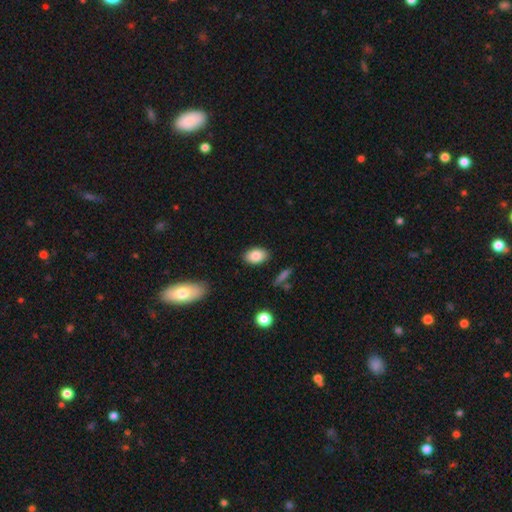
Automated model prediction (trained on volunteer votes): smooth-or-featured: smooth: 85% | star or artifact: 8% | featured or disk: 7%
  how-rounded: in between: 87% | round: 12% | cigar-shaped: 1%
  merging: none: 86% | minor disturbance: 10% | major disturbance: 2% | merger: 2%